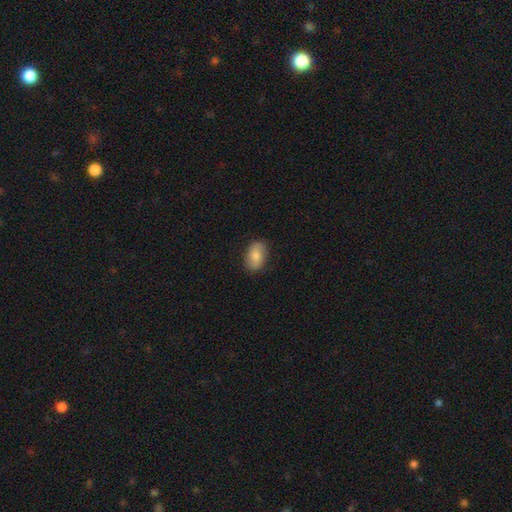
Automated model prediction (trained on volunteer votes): A smooth galaxy with no disk features (74%) that is in between round and cigar-shaped (86%).

Vote fractions:
- Smooth or featured? smooth: 74% / featured or disk: 19% / star or artifact: 7%
- How rounded? in between: 86% / round: 13% / cigar-shaped: 1%
- Merging? none: 84% / minor disturbance: 13% / major disturbance: 3% / merger: 1%